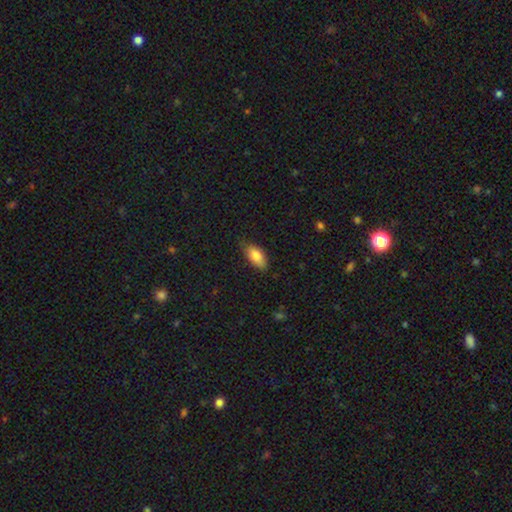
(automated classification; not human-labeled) A smooth galaxy with no disk features (81%) that is in between round and cigar-shaped (87%). Merging: none (74%).